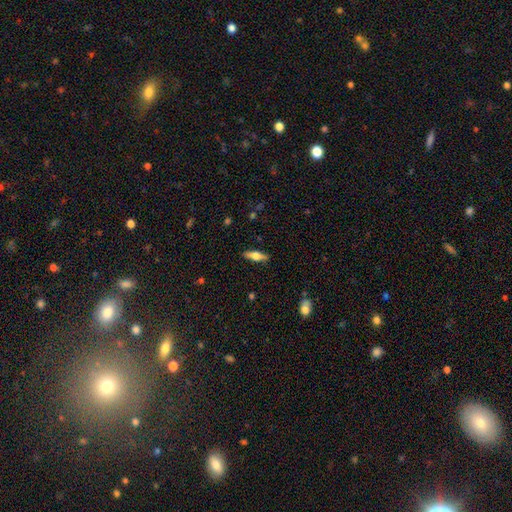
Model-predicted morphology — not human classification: Smooth or featured? Predicted: smooth (p=0.48). Merging? Predicted: none (p=0.88).